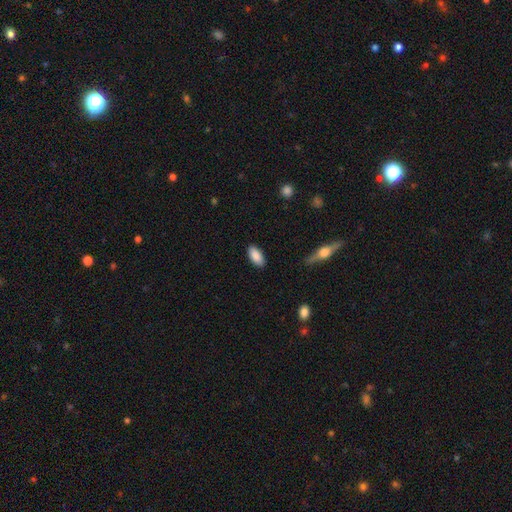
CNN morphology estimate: The model was most divided on "merging": none: 87%, minor disturbance: 10%, major disturbance: 2%, merger: 1%. More confident: how rounded — in between (90%); smooth or featured — smooth (88%).